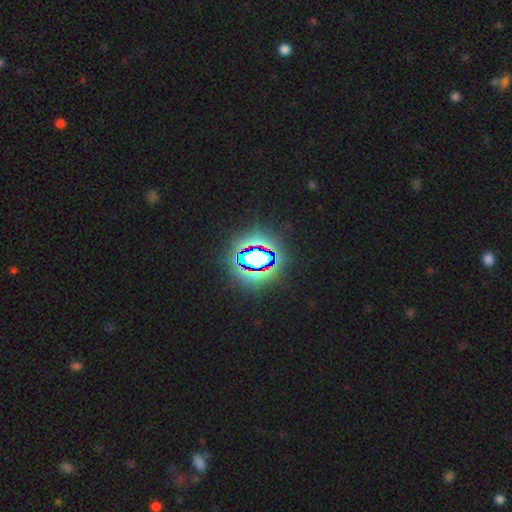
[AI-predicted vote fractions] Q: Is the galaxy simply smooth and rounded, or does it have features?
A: star or artifact — 70%.